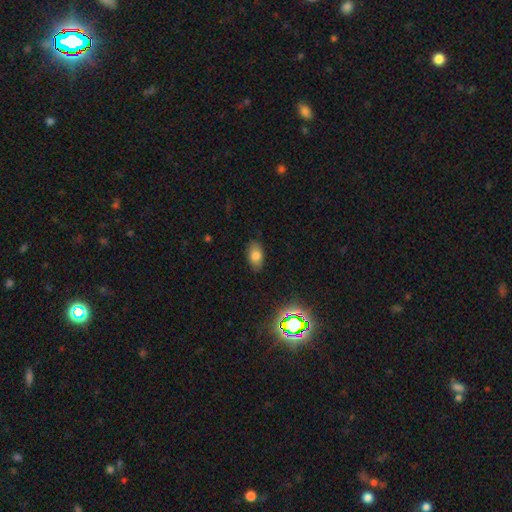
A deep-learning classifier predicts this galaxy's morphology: Smooth or featured?
  - smooth: 77% *
  - star or artifact: 12%
  - featured or disk: 11%
How rounded?
  - in between: 90% *
  - round: 7%
  - cigar-shaped: 3%
Merging?
  - none: 84% *
  - minor disturbance: 12%
  - major disturbance: 3%
  - merger: 1%